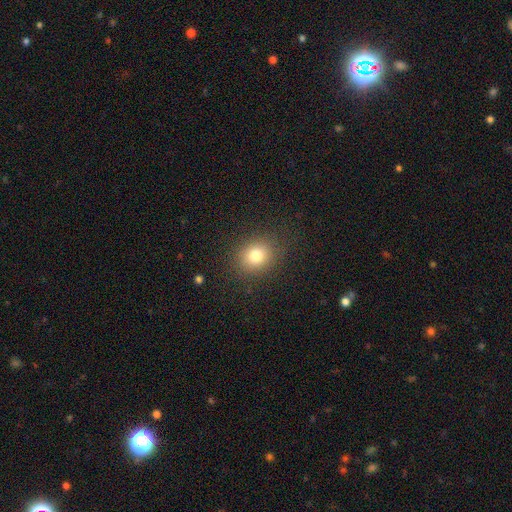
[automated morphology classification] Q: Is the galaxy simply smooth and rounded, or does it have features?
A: smooth — 80%.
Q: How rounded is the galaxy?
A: round — 65%.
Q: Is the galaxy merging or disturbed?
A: none — 86%.